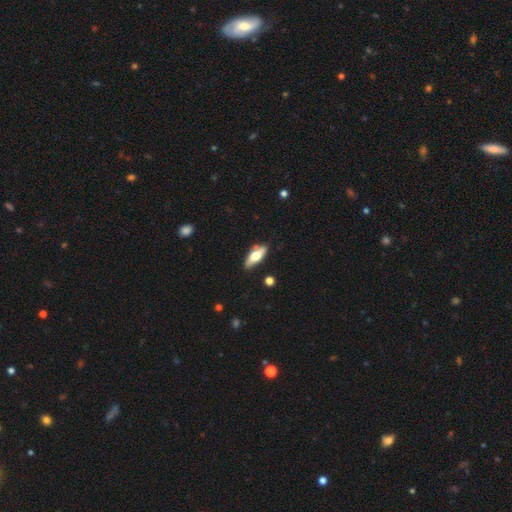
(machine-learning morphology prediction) This is possibly a smooth galaxy (55%). How rounded: likely in between (69%). Merging: likely none (74%).